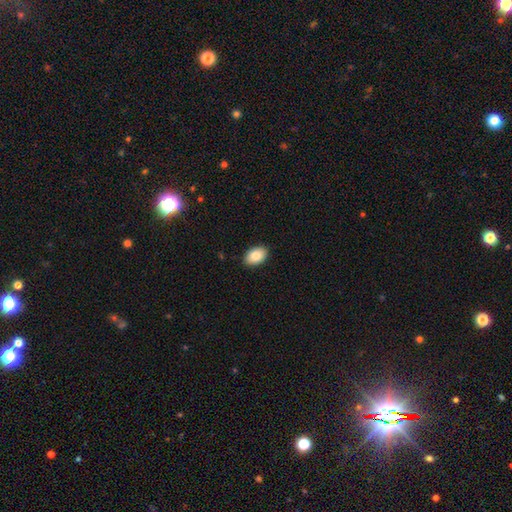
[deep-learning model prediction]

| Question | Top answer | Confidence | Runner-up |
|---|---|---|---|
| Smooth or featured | smooth | 84% | featured or disk (9%) |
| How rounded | in between | 87% | round (12%) |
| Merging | none | 90% | minor disturbance (8%) |